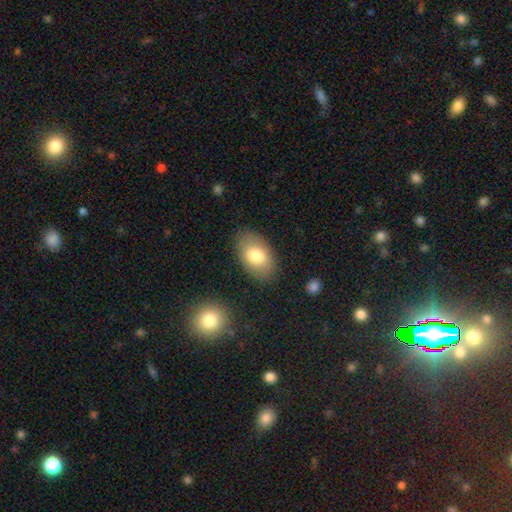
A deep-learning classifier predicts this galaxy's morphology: The model was most divided on "smooth or featured": smooth: 77%, featured or disk: 16%, star or artifact: 7%. More confident: how rounded — in between (91%); merging — none (84%).